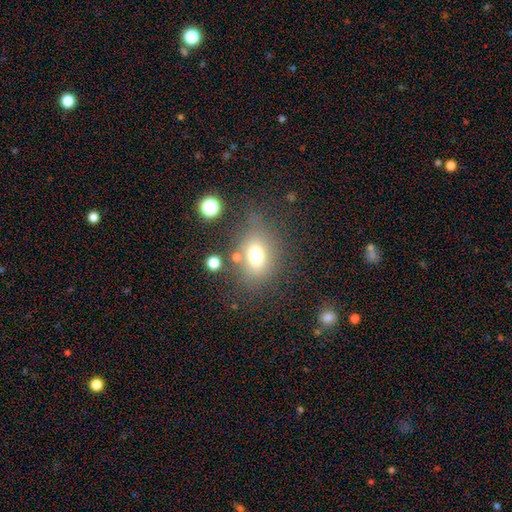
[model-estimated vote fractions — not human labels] This is likely a smooth galaxy (71%). How rounded: possibly in between (60%). Merging: likely none (63%).